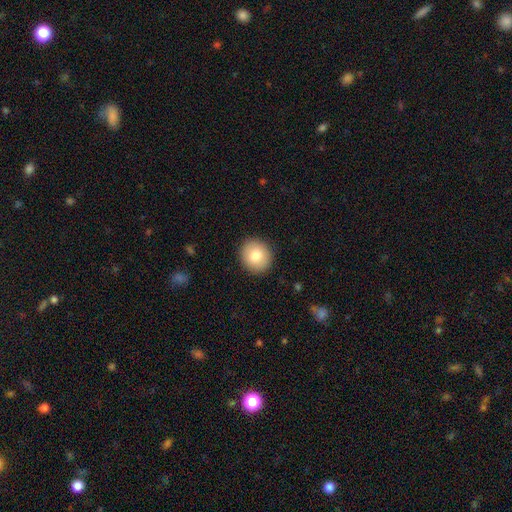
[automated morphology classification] Smooth or featured? smooth (79%)
How rounded? round (86%)
Merging? none (91%)